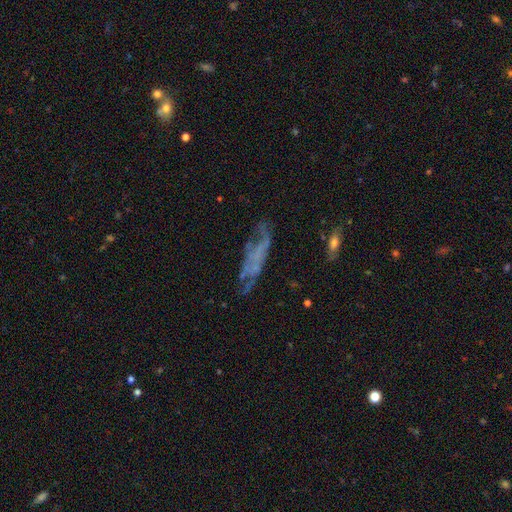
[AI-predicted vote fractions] Smooth or featured? featured or disk (56%)
Edge-on disk? no (71%)
Merging? none (51%)